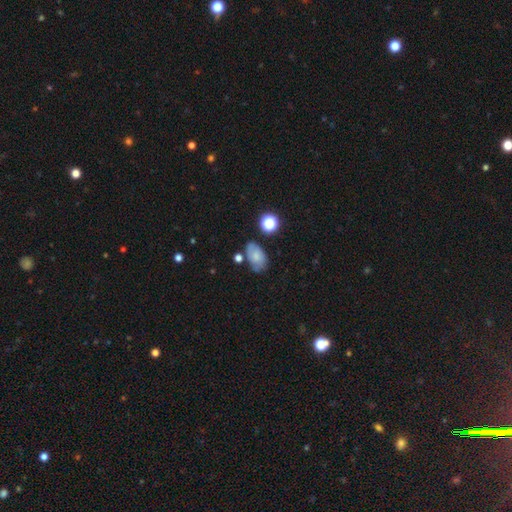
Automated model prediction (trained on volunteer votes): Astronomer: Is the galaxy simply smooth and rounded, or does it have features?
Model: smooth — 62%.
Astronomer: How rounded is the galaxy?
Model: in between — 86%.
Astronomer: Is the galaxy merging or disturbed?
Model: none — 57%.